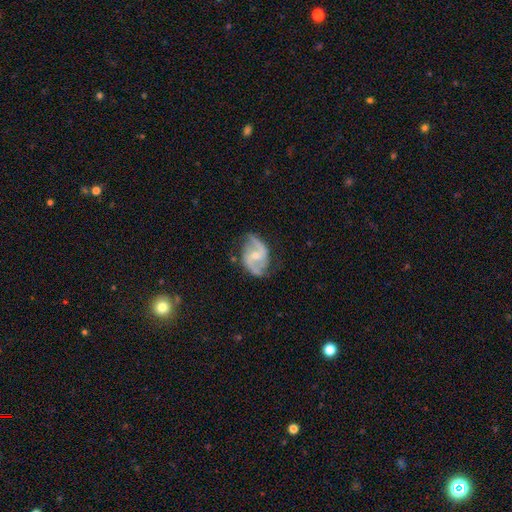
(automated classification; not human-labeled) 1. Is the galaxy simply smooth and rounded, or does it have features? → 87% featured or disk, 8% smooth, 5% star or artifact.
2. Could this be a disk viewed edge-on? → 97% no, 3% yes.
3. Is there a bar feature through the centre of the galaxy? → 47% weak, 35% no, 18% strong.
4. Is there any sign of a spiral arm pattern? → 95% yes, 5% no.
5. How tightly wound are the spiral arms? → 46% loose, 42% medium, 12% tight.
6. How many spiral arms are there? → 91% 2, 3% can't tell, 2% 1, 1% 3, 1% 4, 1% more than 4.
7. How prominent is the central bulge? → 53% small, 43% moderate, 2% none, 1% large, 1% dominant.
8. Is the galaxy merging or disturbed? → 72% none, 20% minor disturbance, 7% major disturbance, 2% merger.